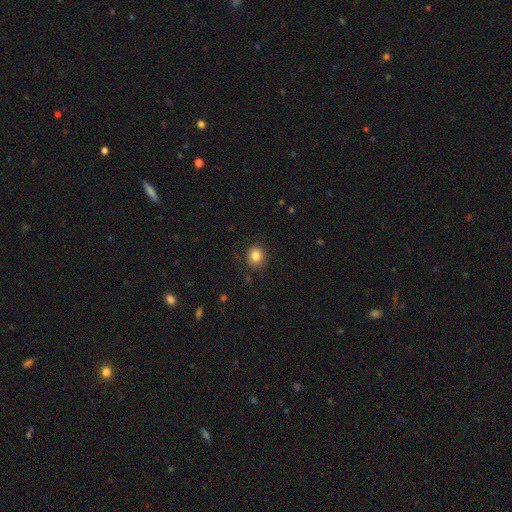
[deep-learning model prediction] This appears to be a smooth galaxy with no disk features (84%) that is round (75%). Merging: none (85%).